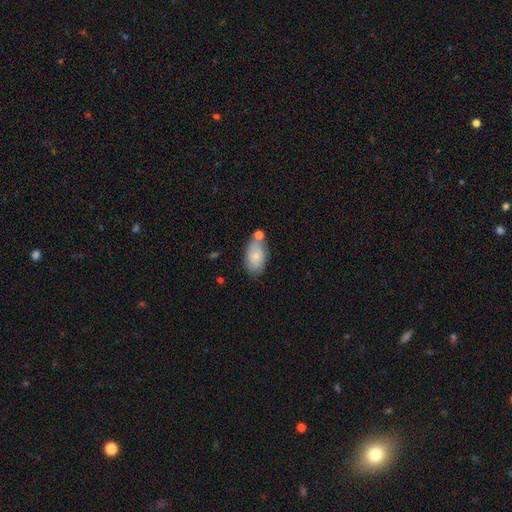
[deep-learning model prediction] This appears to be a smooth galaxy with no disk features (71%) that is in between round and cigar-shaped (92%). Merging: none (57%).